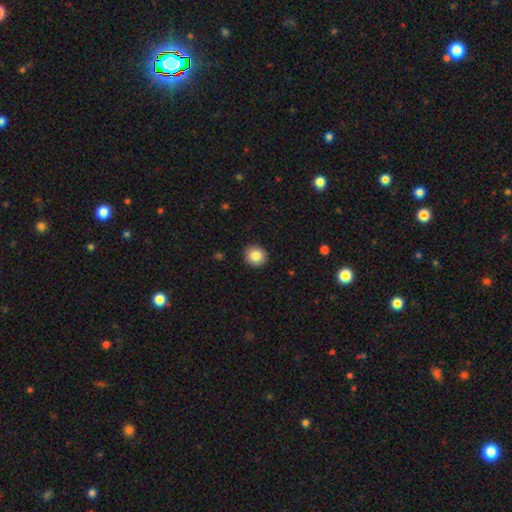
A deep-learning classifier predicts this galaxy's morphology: smooth_or_featured: smooth (p=0.85) [alt: star or artifact p=0.09]
how_rounded: round (p=0.85) [alt: in between p=0.14]
merging: none (p=0.92) [alt: minor disturbance p=0.06]